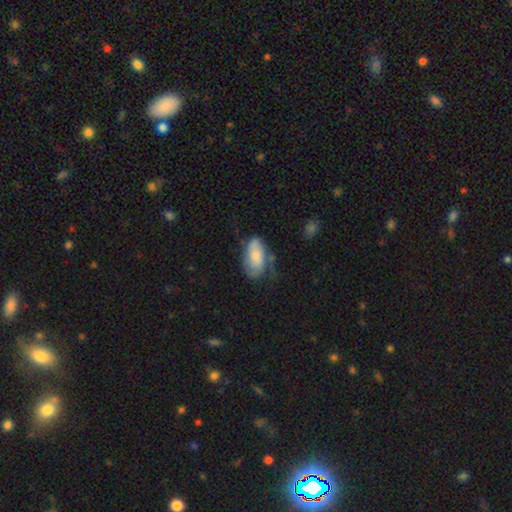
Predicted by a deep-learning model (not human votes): This appears to be a smooth galaxy with no disk features (66%) that is in between round and cigar-shaped (93%). Merging: none (45%).